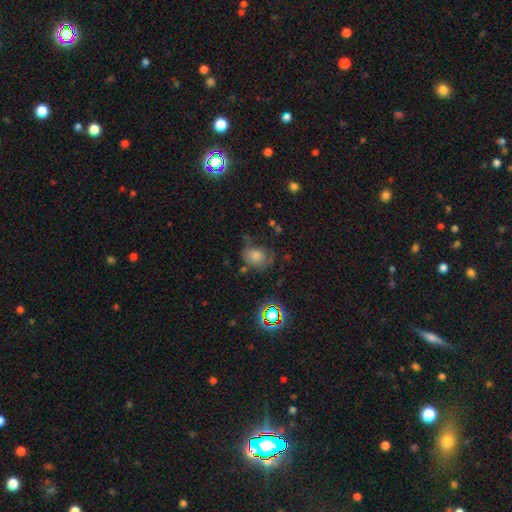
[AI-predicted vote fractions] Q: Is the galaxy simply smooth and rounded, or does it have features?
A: smooth — 52%.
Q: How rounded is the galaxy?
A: round — 57%.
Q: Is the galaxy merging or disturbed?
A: none — 56%.